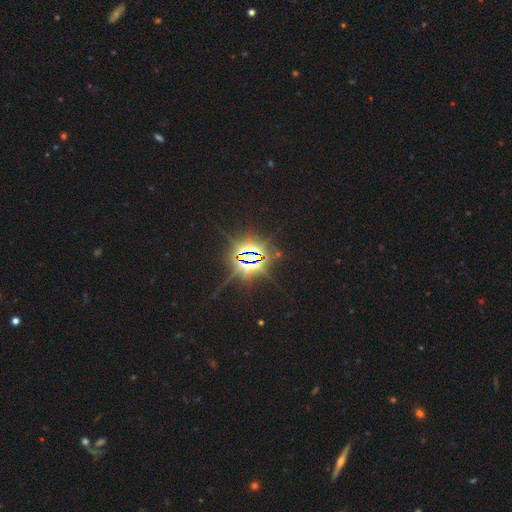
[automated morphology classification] smooth-or-featured: star or artifact: 87% | featured or disk: 7% | smooth: 6%